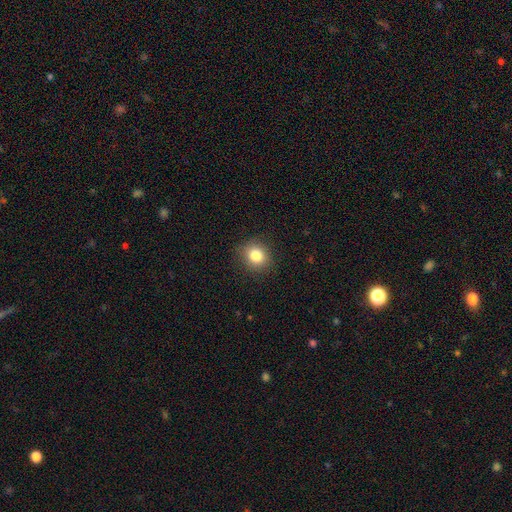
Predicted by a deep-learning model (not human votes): Q: Smooth or featured?
A: smooth (83%); runner-up: star or artifact (11%)
Q: How rounded?
A: round (79%); runner-up: in between (20%)
Q: Merging?
A: none (88%); runner-up: minor disturbance (9%)